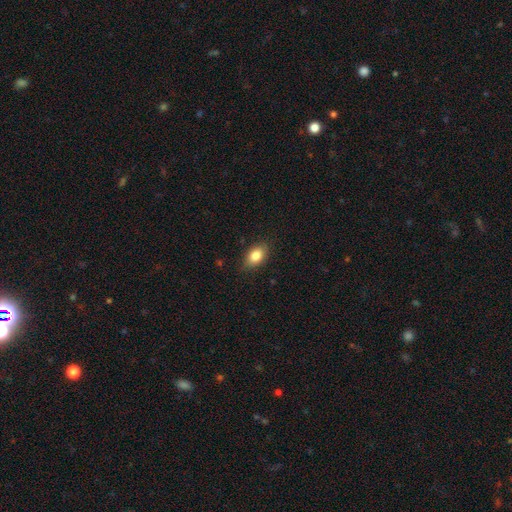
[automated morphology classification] A smooth galaxy with no disk features (83%) that is in between round and cigar-shaped (85%). Merging: none (83%).